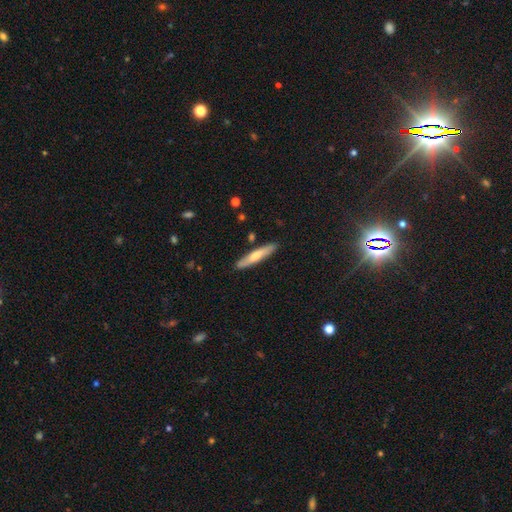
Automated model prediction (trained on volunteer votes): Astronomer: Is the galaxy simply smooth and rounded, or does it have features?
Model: smooth — 59% (runner-up: featured or disk, 35%).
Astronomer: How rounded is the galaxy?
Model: cigar-shaped — 89%.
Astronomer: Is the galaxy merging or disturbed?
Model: none — 87%.